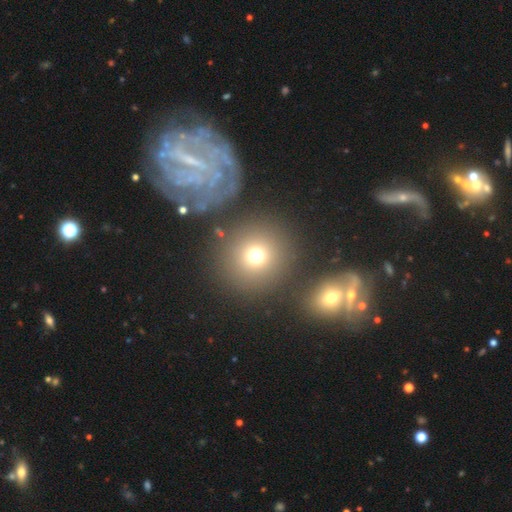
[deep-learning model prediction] Smooth or featured? Predicted: smooth (p=0.72). How rounded? Predicted: round (p=0.92). Merging? Predicted: none (p=0.76).